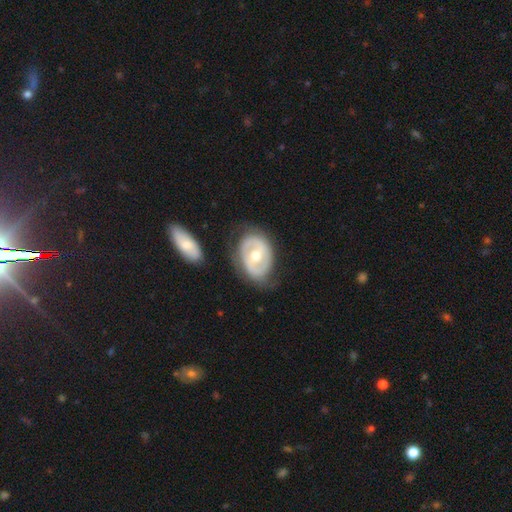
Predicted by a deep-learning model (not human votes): A featured or disk galaxy (68%) with no bar (49%), spiral arms (53%) and a moderate central bulge (72%).

Vote fractions:
- Smooth or featured? featured or disk: 68% / smooth: 27% / star or artifact: 5%
- Edge-on disk? no: 95% / yes: 5%
- Bar? no: 49% / weak: 33% / strong: 18%
- Spiral arms? yes: 53% / no: 47%
- Bulge size? moderate: 72% / small: 22% / large: 3% / none: 1% / dominant: 1%
- Merging? none: 68% / minor disturbance: 19% / major disturbance: 7% / merger: 6%